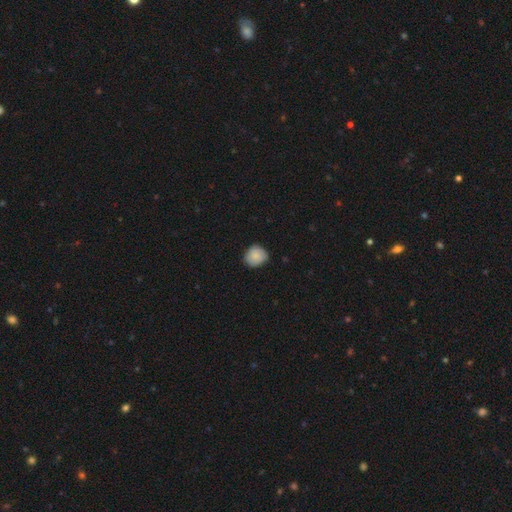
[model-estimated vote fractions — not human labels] smooth-or-featured: smooth: 85% | featured or disk: 8% | star or artifact: 7%
  how-rounded: round: 79% | in between: 20% | cigar-shaped: 1%
  merging: none: 78% | minor disturbance: 18% | major disturbance: 3% | merger: 1%